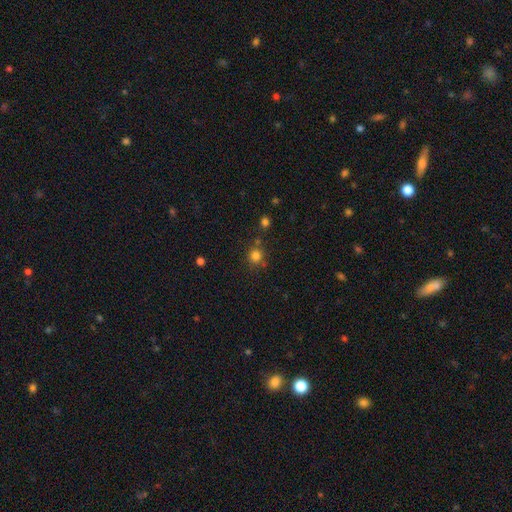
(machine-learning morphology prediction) smooth-or-featured: smooth: 79% | star or artifact: 15% | featured or disk: 6%
  how-rounded: round: 91% | in between: 8% | cigar-shaped: 1%
  merging: none: 76% | minor disturbance: 10% | merger: 10% | major disturbance: 4%